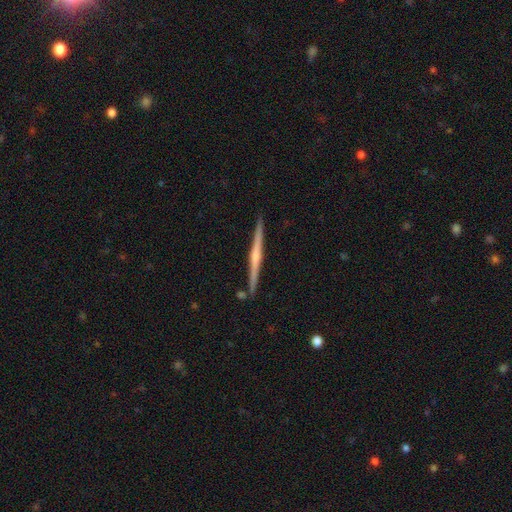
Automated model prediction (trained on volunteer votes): Q: Smooth or featured?
A: featured or disk (73%); runner-up: smooth (21%)
Q: Edge-on disk?
A: yes (98%); runner-up: no (2%)
Q: Edge-on bulge?
A: rounded (62%); runner-up: none (28%)
Q: Merging?
A: none (90%); runner-up: minor disturbance (7%)